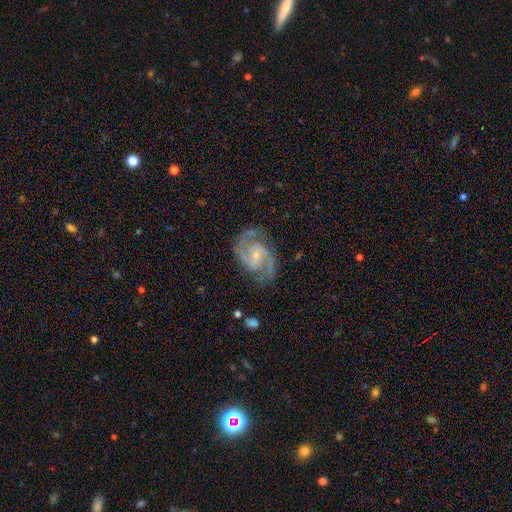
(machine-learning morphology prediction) Smooth or featured? Predicted: featured or disk (p=0.91). Edge-on disk? Predicted: no (p=0.98). Bar? Predicted: no (p=0.45). Spiral arms? Predicted: yes (p=0.98). Spiral winding? Predicted: medium (p=0.64). Spiral arm count? Predicted: 2 (p=0.91). Bulge size? Predicted: small (p=0.72). Merging? Predicted: none (p=0.78).